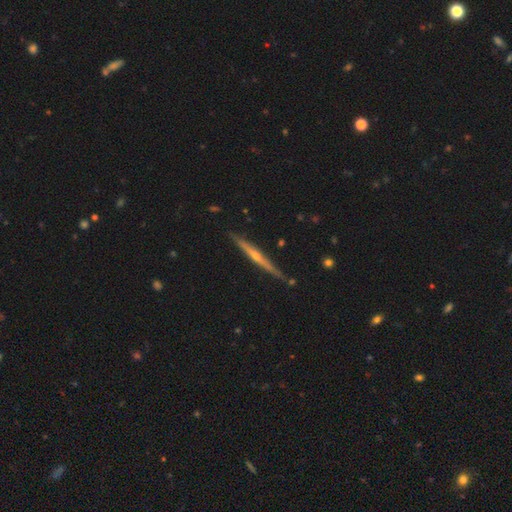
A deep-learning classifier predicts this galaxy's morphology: Q: Smooth or featured?
A: featured or disk (76%); runner-up: smooth (18%)
Q: Edge-on disk?
A: yes (98%); runner-up: no (2%)
Q: Edge-on bulge?
A: rounded (74%); runner-up: none (22%)
Q: Merging?
A: none (86%); runner-up: minor disturbance (11%)